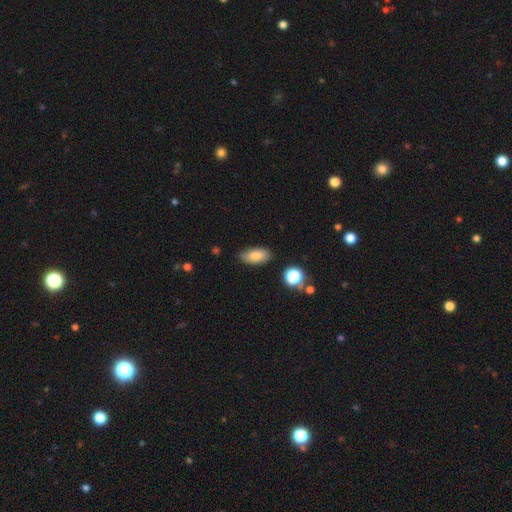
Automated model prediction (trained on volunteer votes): Smooth or featured?
  - smooth: 83% *
  - featured or disk: 9%
  - star or artifact: 8%
How rounded?
  - in between: 90% *
  - cigar-shaped: 6%
  - round: 4%
Merging?
  - none: 84% *
  - minor disturbance: 11%
  - major disturbance: 2%
  - merger: 2%